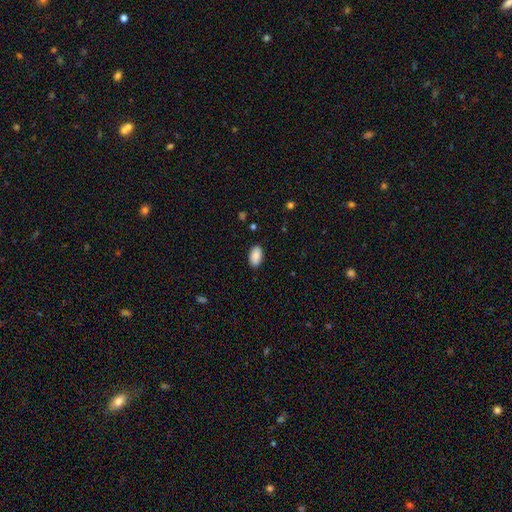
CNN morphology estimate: Smooth or featured? Predicted: smooth (p=0.90). How rounded? Predicted: in between (p=0.95). Merging? Predicted: none (p=0.88).